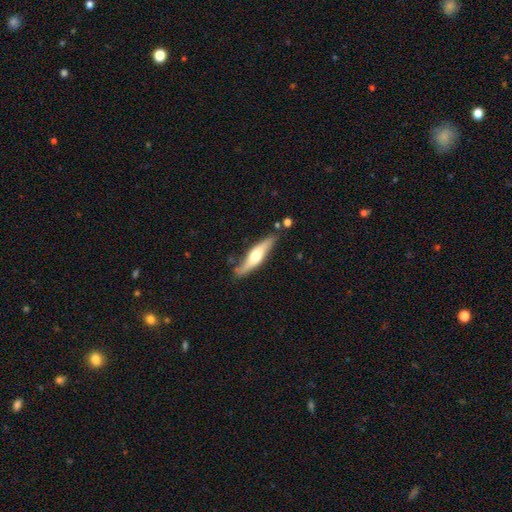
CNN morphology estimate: Overall: featured or disk (52%; smooth 42%). Edge-on disk: yes (84%). Merging: none (77%).